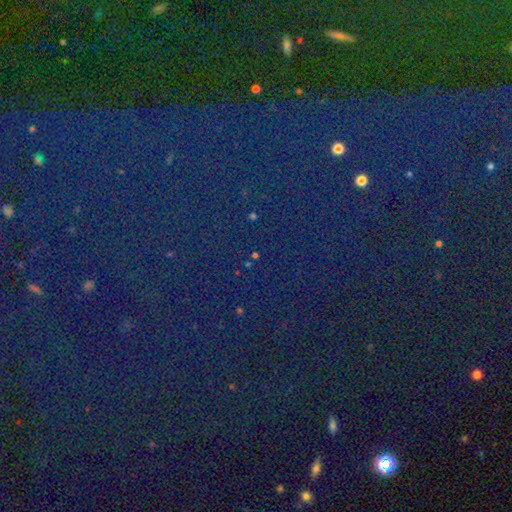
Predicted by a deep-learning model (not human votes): A star or artifact, not a galaxy (78%).